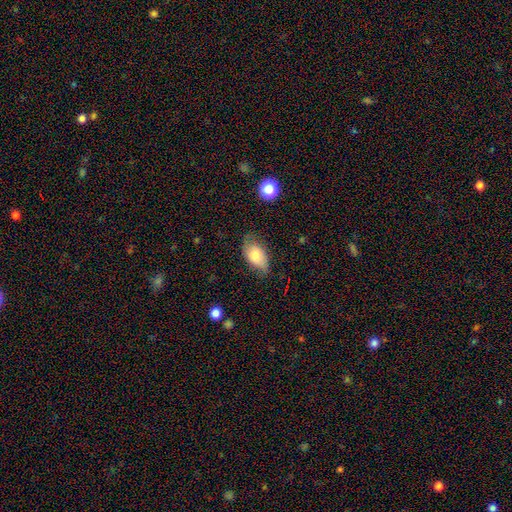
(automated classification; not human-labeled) This appears to be a smooth galaxy with no disk features (70%) that is in between round and cigar-shaped (91%). Merging: none (57%).